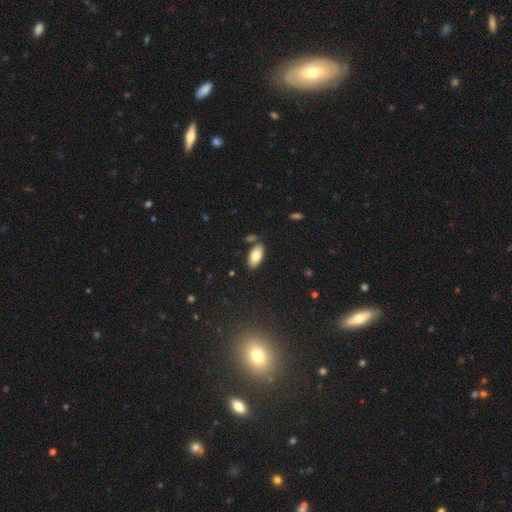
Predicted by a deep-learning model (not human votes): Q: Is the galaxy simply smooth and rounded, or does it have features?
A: smooth — 79%.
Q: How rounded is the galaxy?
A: in between — 92%.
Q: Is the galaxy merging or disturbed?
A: none — 81%.